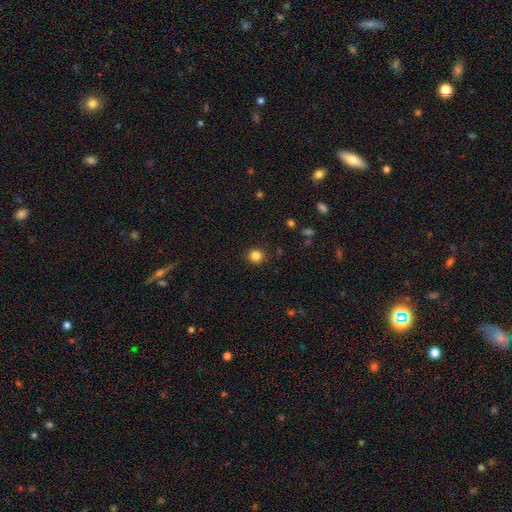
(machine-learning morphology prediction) Smooth or featured? smooth (84%)
How rounded? round (90%)
Merging? none (89%)